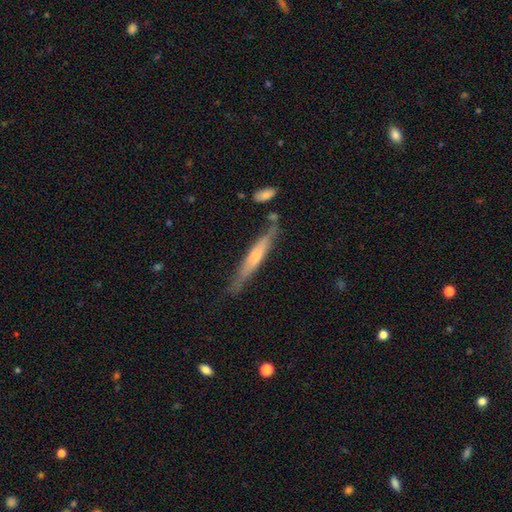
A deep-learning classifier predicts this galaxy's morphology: The model was most divided on "smooth or featured": featured or disk: 54%, smooth: 40%, star or artifact: 6%. More confident: edge-on disk — yes (91%); merging — none (73%).